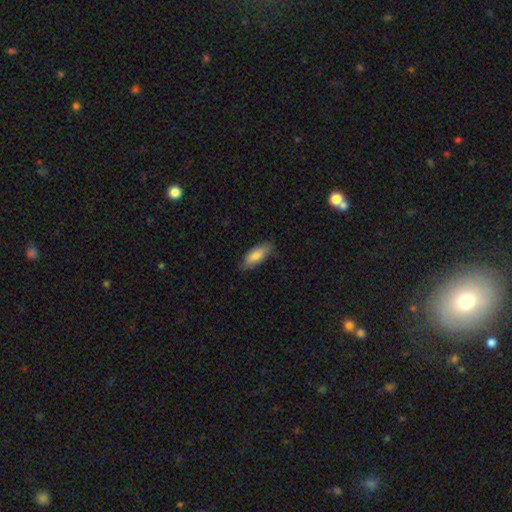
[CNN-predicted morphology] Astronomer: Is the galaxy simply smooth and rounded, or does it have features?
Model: smooth — 81%.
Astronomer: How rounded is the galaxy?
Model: in between — 72%.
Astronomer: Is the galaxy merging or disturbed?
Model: none — 80%.